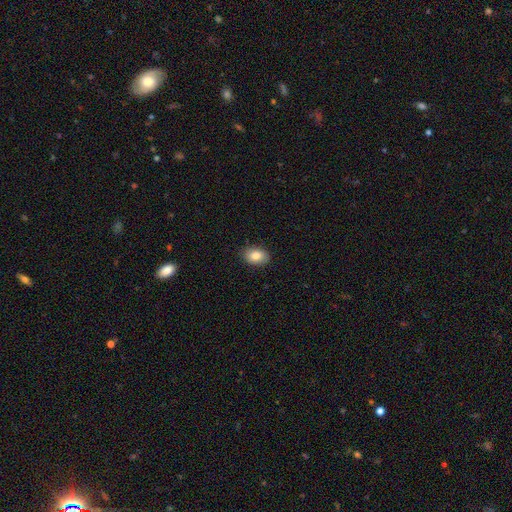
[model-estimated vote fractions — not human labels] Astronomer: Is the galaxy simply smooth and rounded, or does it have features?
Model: smooth — 85%.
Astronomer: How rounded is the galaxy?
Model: in between — 84%.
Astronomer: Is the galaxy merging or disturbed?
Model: none — 87%.